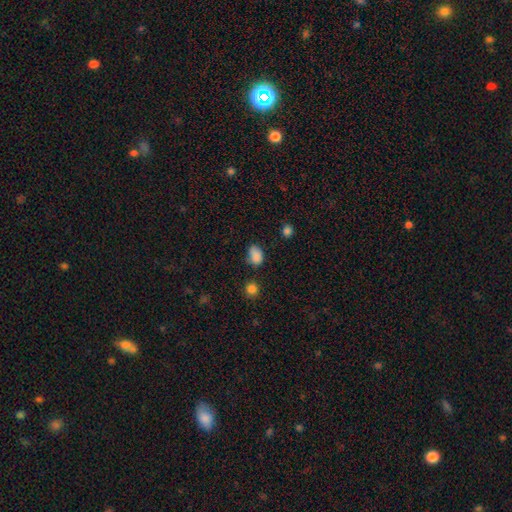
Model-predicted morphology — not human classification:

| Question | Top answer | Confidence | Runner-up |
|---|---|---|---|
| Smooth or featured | smooth | 84% | star or artifact (11%) |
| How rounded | in between | 77% | round (22%) |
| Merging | none | 56% | minor disturbance (31%) |